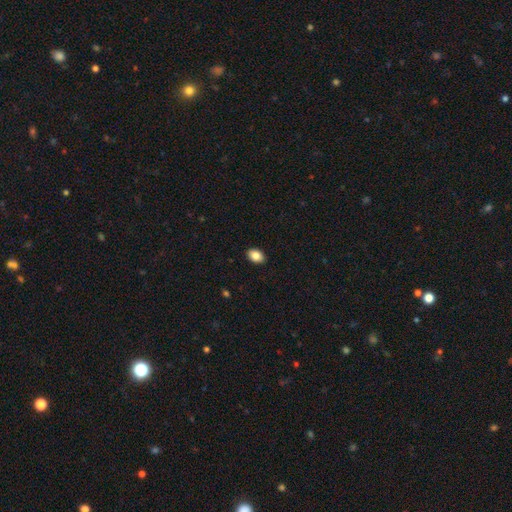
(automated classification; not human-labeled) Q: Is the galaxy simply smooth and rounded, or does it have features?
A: smooth — 87%.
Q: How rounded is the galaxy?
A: in between — 83%.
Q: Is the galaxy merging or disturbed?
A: none — 91%.